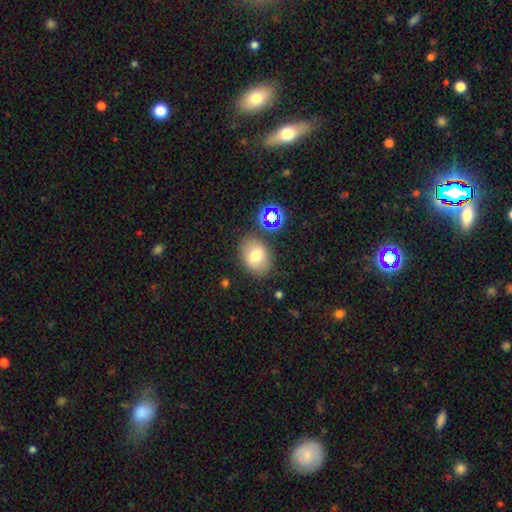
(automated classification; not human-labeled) A smooth galaxy with no disk features (72%) that is in between round and cigar-shaped (69%). Merging: none (78%).